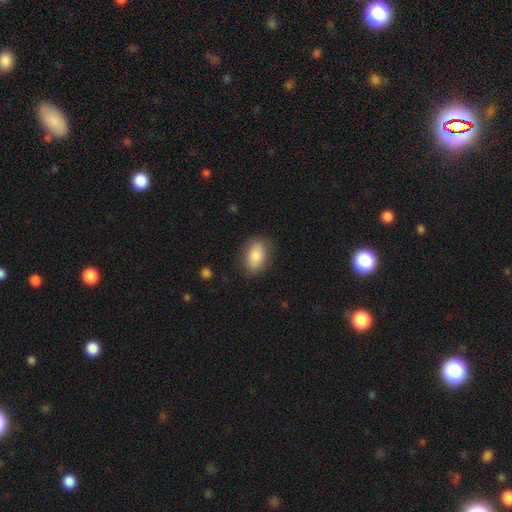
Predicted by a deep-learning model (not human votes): Smooth or featured: smooth — 86% (featured or disk — 8%)
How rounded: in between — 88% (round — 10%)
Merging: none — 84% (minor disturbance — 12%)